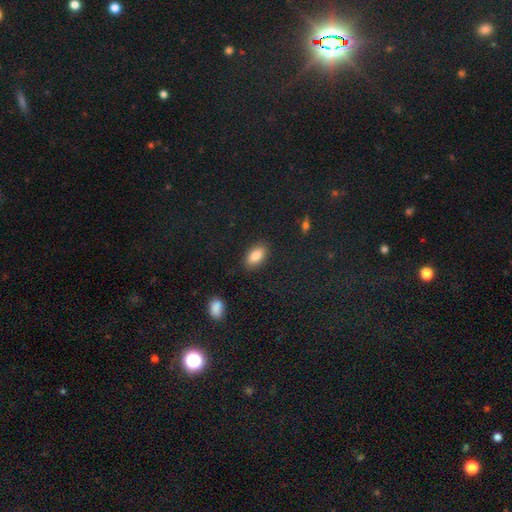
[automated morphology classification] Smooth or featured? smooth (83%)
How rounded? in between (90%)
Merging? none (87%)